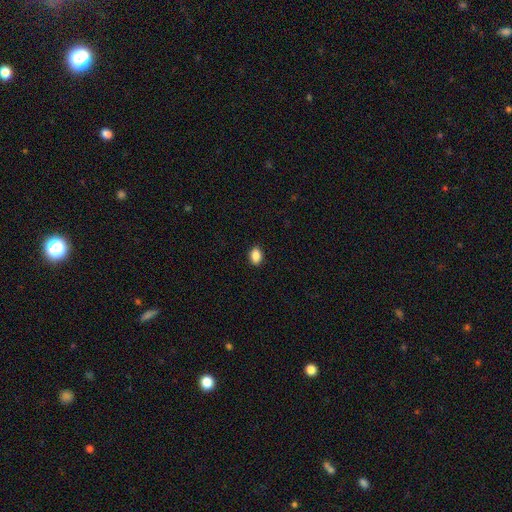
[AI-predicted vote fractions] A smooth galaxy with no disk features (88%) that is in between round and cigar-shaped (80%). Merging: none (90%).